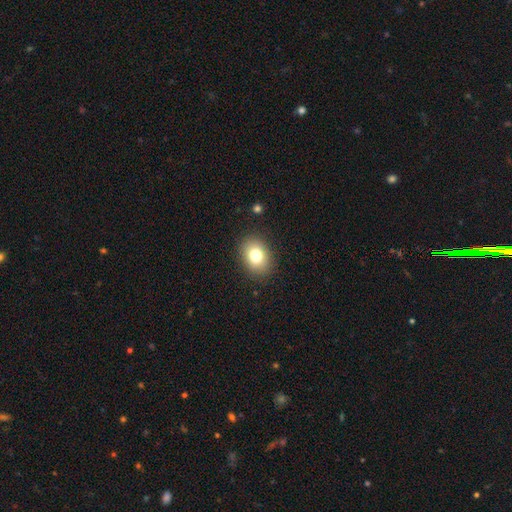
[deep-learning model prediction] smooth_or_featured: smooth (p=0.79) [alt: featured or disk p=0.11]
how_rounded: in between (p=0.62) [alt: round p=0.37]
merging: none (p=0.87) [alt: minor disturbance p=0.09]